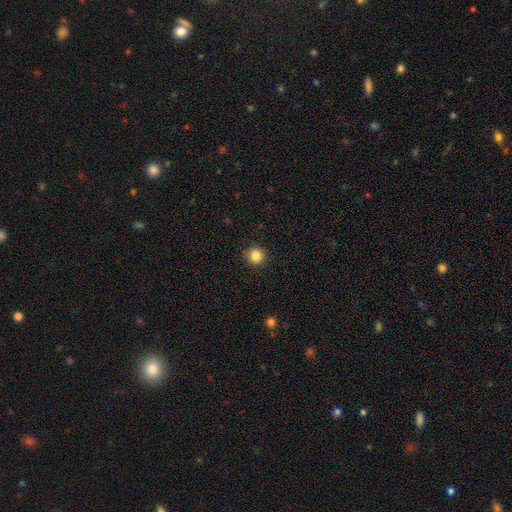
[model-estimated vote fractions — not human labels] A smooth galaxy with no disk features (85%) that is round (95%). Merging: none (92%).